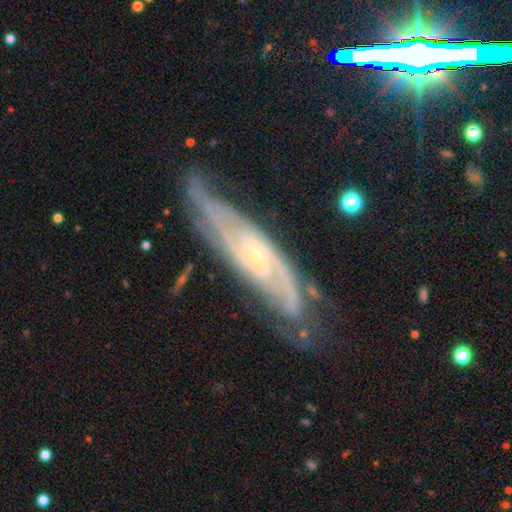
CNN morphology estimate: smooth-or-featured: featured or disk: 88% | star or artifact: 7% | smooth: 6%
  disk-edge-on: no: 84% | yes: 16%
    bar: no: 60% | weak: 30% | strong: 10%
    has-spiral-arms: yes: 98% | no: 2%
      spiral-winding: tight: 58% | medium: 35% | loose: 7%
      spiral-arm-count: 2: 46% | can't tell: 21% | 3: 16% | 4: 7% | more than 4: 5% | 1: 5%
    bulge-size: small: 83% | moderate: 12% | none: 3% | large: 1% | dominant: 1%
  merging: none: 72% | minor disturbance: 20% | major disturbance: 6% | merger: 2%